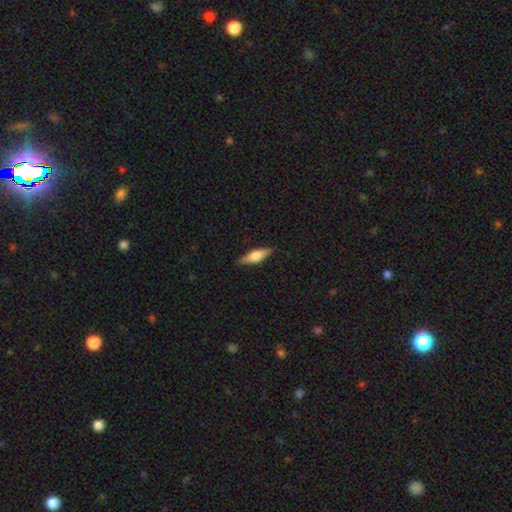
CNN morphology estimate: This appears to be a smooth galaxy with no disk features (52%) that is cigar-shaped (51%). Merging: none (86%).